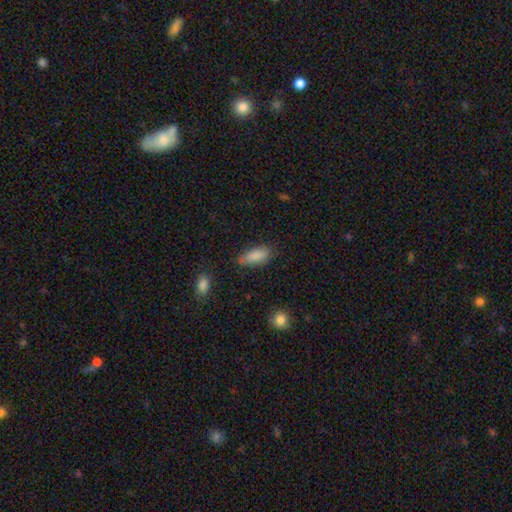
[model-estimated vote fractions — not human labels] A smooth galaxy with no disk features (87%) that is in between round and cigar-shaped (81%).

Vote fractions:
- Smooth or featured? smooth: 87% / star or artifact: 7% / featured or disk: 6%
- How rounded? in between: 81% / cigar-shaped: 17% / round: 2%
- Merging? none: 71% / minor disturbance: 20% / major disturbance: 5% / merger: 4%